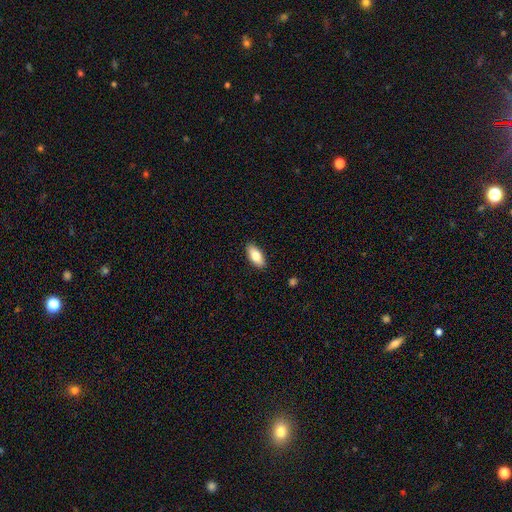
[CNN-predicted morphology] type=smooth (77%); roundness=in between (86%); merging=none (90%).